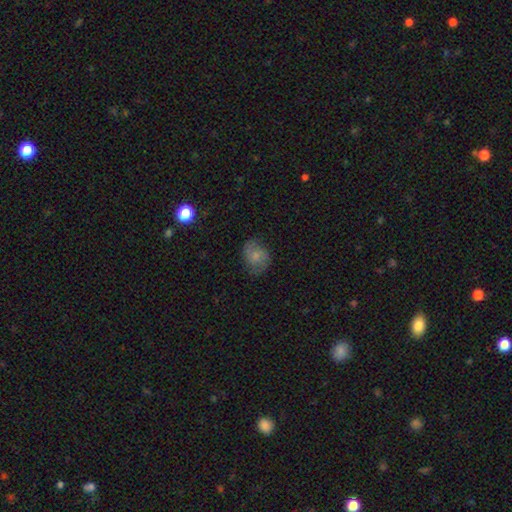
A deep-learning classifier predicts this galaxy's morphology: The model was most divided on "how rounded": in between: 52%, round: 47%, cigar-shaped: 1%. More confident: merging — none (66%); smooth or featured — smooth (60%).